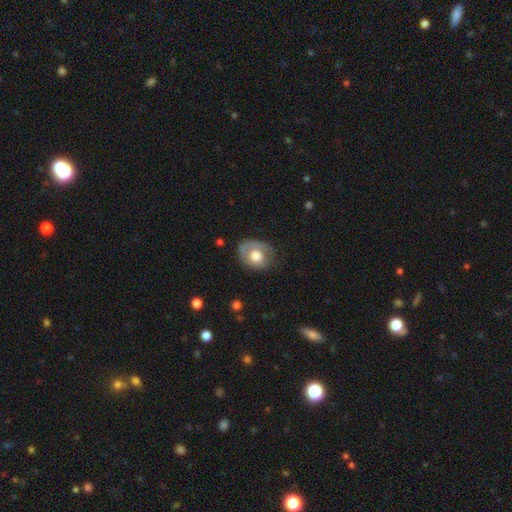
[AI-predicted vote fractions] Smooth or featured? smooth (53%)
How rounded? in between (51%)
Merging? none (56%)